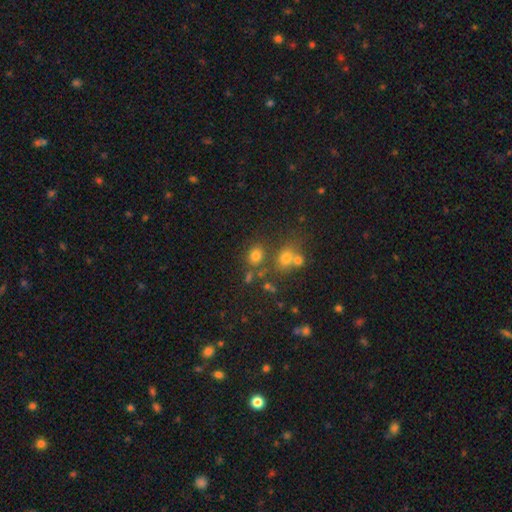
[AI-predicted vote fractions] Smooth or featured?
  - smooth: 73% *
  - star or artifact: 18%
  - featured or disk: 9%
How rounded?
  - round: 67% *
  - in between: 32%
  - cigar-shaped: 1%
Merging?
  - none: 65% *
  - merger: 18%
  - minor disturbance: 11%
  - major disturbance: 5%